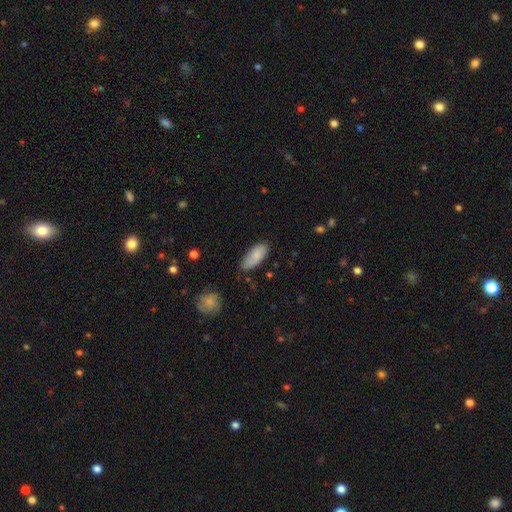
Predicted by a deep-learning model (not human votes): A smooth galaxy with no disk features (84%) that is in between round and cigar-shaped (85%). Merging: none (70%).